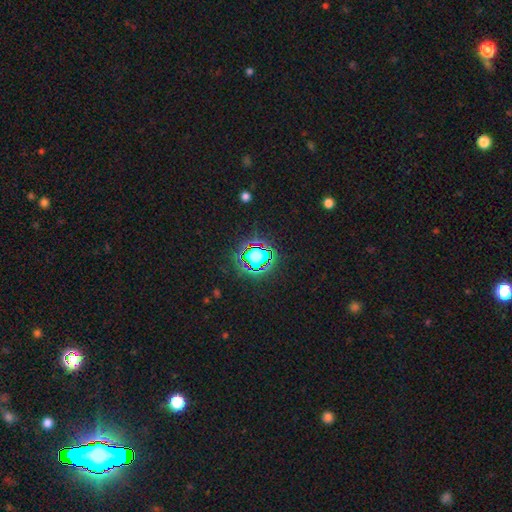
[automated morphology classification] smooth_or_featured: star or artifact (p=0.65) [alt: smooth p=0.23]